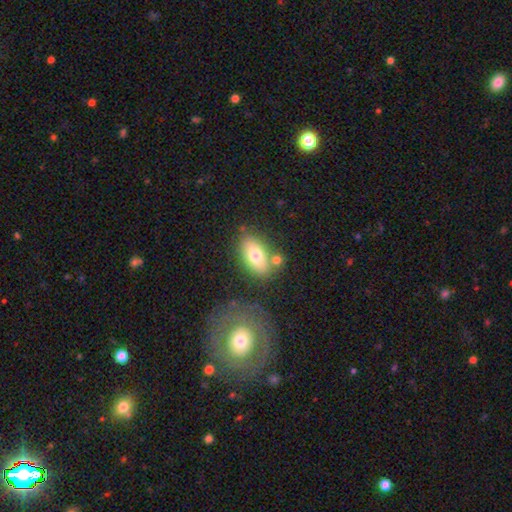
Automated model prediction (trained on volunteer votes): This appears to be a smooth galaxy with no disk features (72%) that is in between round and cigar-shaped (88%). Merging: none (67%).